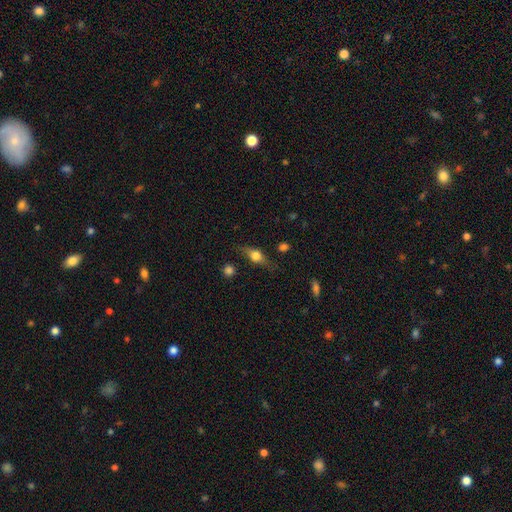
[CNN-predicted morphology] Smooth or featured: smooth — 49% (featured or disk — 43%)
Merging: none — 74% (minor disturbance — 18%)